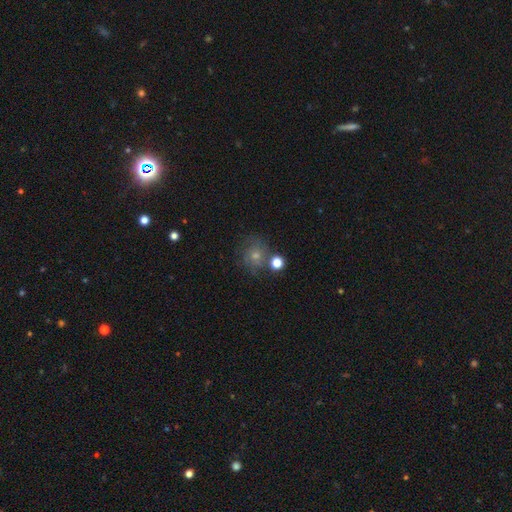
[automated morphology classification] This appears to be a smooth galaxy with no disk features (41%). Merging: none (70%).